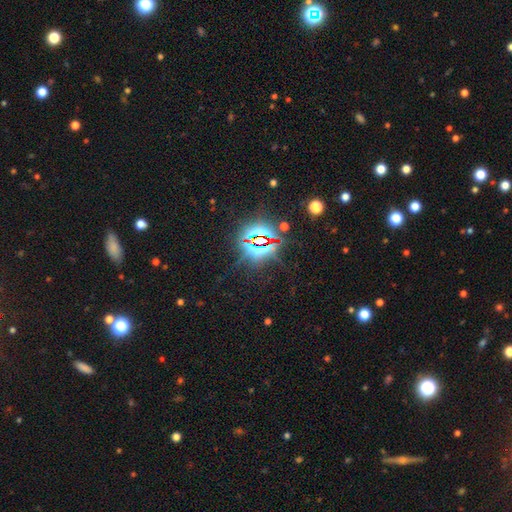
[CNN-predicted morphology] type=star or artifact (83%).